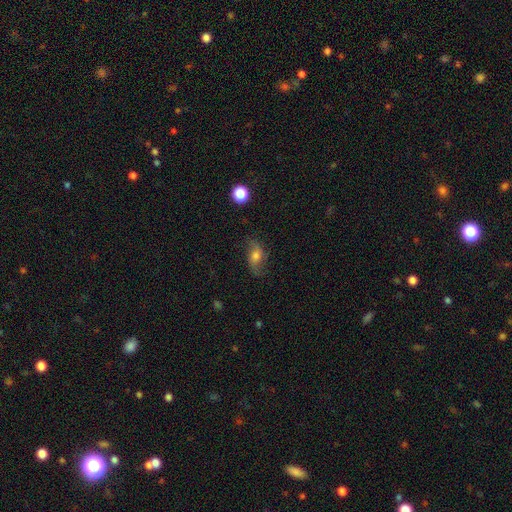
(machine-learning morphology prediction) The model was most divided on "smooth or featured" (2-way tie): smooth: 44%, featured or disk: 44%, star or artifact: 12%. More confident: merging — none (69%).